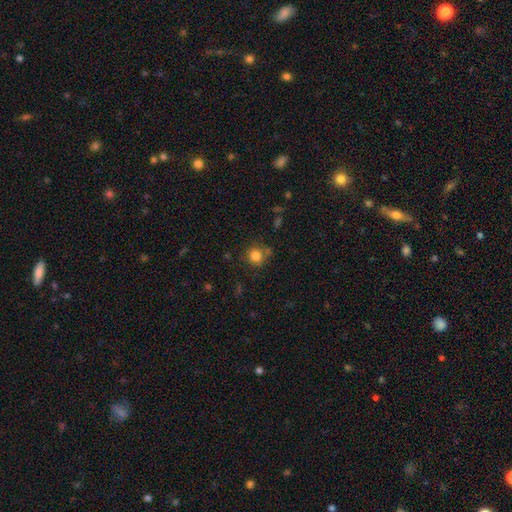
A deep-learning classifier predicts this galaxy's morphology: Smooth or featured?
  - smooth: 82% *
  - star or artifact: 12%
  - featured or disk: 6%
How rounded?
  - round: 90% *
  - in between: 9%
  - cigar-shaped: 1%
Merging?
  - none: 76% *
  - minor disturbance: 12%
  - merger: 8%
  - major disturbance: 4%